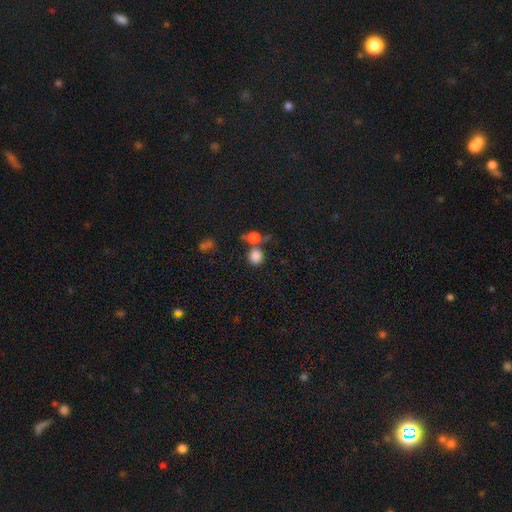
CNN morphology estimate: Smooth or featured?
  - smooth: 83% *
  - star or artifact: 10%
  - featured or disk: 6%
How rounded?
  - round: 85% *
  - in between: 13%
  - cigar-shaped: 1%
Merging?
  - none: 53% *
  - merger: 32%
  - minor disturbance: 9%
  - major disturbance: 5%